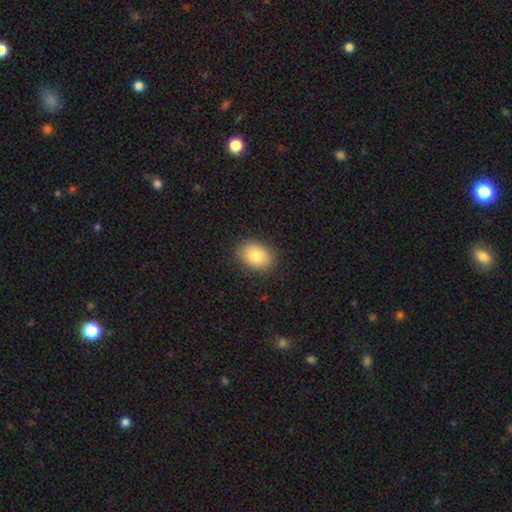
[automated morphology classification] Overall: smooth (84%). How rounded: in between (69%; round 30%). Merging: none (88%).